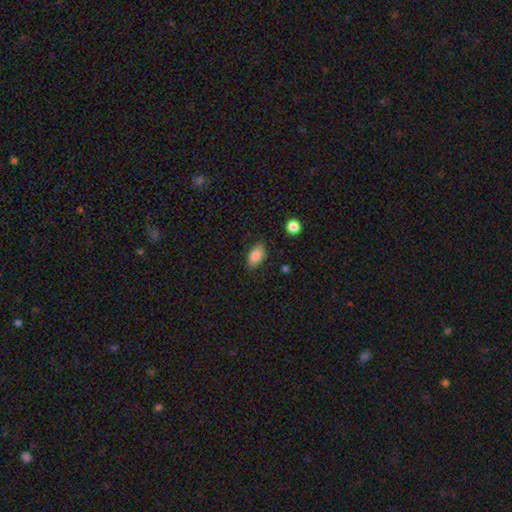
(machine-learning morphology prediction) smooth-or-featured: smooth: 83% | featured or disk: 9% | star or artifact: 8%
  how-rounded: in between: 90% | round: 7% | cigar-shaped: 3%
  merging: none: 82% | minor disturbance: 13% | major disturbance: 3% | merger: 2%